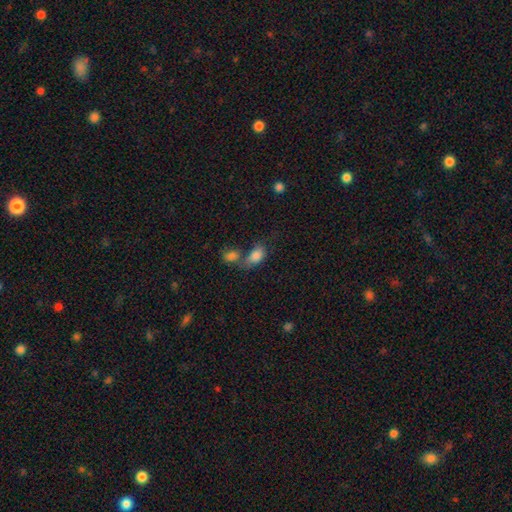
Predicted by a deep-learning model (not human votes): Q: Smooth or featured?
A: smooth (83%); runner-up: star or artifact (9%)
Q: How rounded?
A: in between (87%); runner-up: round (10%)
Q: Merging?
A: merger (50%); runner-up: none (30%)